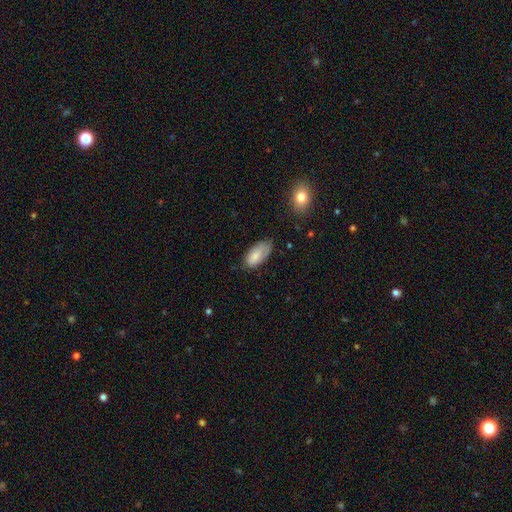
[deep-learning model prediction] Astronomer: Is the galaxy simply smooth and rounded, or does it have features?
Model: smooth — 74%.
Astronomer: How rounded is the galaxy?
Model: in between — 92%.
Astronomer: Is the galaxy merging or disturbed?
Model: none — 55% (runner-up: minor disturbance, 34%).